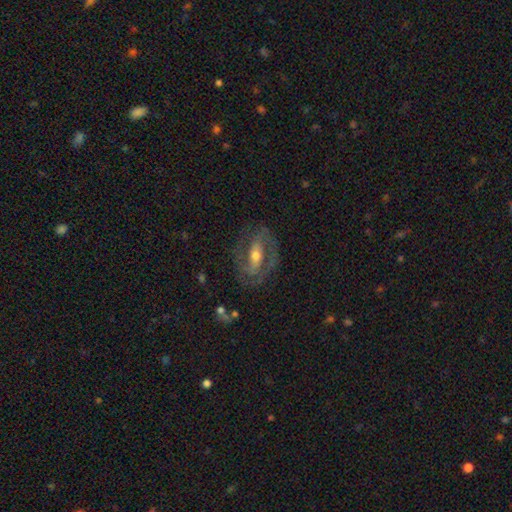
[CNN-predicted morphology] Smooth or featured? Predicted: featured or disk (p=0.80). Edge-on disk? Predicted: no (p=0.93). Bar? Predicted: strong (p=0.45). Spiral arms? Predicted: yes (p=0.85). Spiral winding? Predicted: medium (p=0.48). Spiral arm count? Predicted: 2 (p=0.83). Bulge size? Predicted: moderate (p=0.61). Merging? Predicted: none (p=0.74).